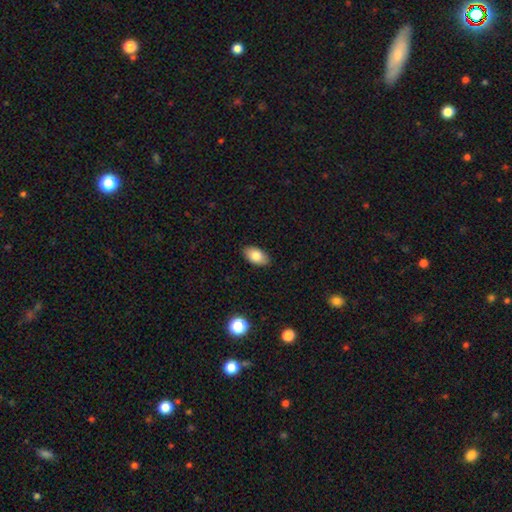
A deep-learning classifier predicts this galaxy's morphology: Q: Smooth or featured?
A: smooth (82%); runner-up: featured or disk (10%)
Q: How rounded?
A: in between (93%); runner-up: round (4%)
Q: Merging?
A: none (88%); runner-up: minor disturbance (9%)